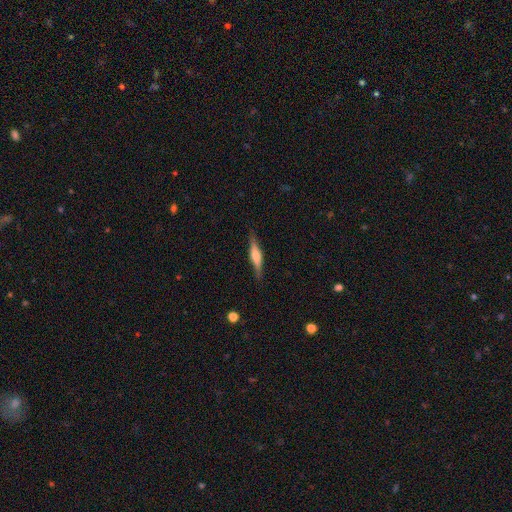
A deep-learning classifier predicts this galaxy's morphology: A featured or disk galaxy (61%) viewed edge-on (96%) with a rounded central bulge (73%).

Vote fractions:
- Smooth or featured? featured or disk: 61% / smooth: 33% / star or artifact: 7%
- Edge-on disk? yes: 96% / no: 4%
- Edge-on bulge? rounded: 73% / boxy: 21% / none: 6%
- Merging? none: 85% / minor disturbance: 11% / major disturbance: 3% / merger: 1%